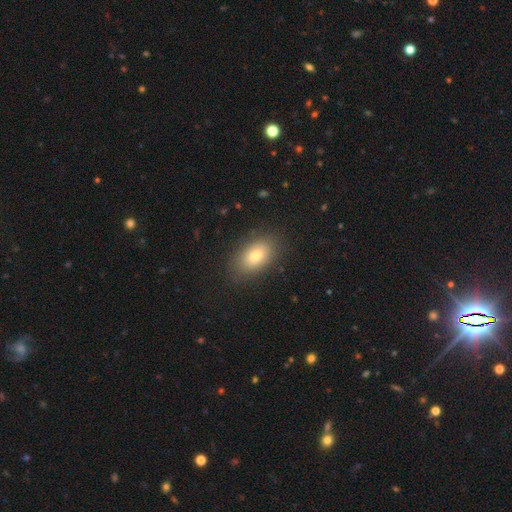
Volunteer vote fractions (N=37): This appears to be a smooth galaxy with no disk features (84%) that is in between round and cigar-shaped (81%). Merging: none (91%).